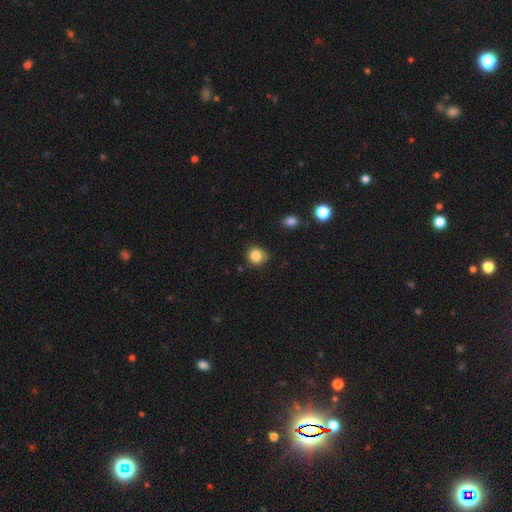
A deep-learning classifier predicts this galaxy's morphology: Q: Smooth or featured?
A: smooth (84%); runner-up: star or artifact (11%)
Q: How rounded?
A: round (87%); runner-up: in between (12%)
Q: Merging?
A: none (74%); runner-up: minor disturbance (20%)